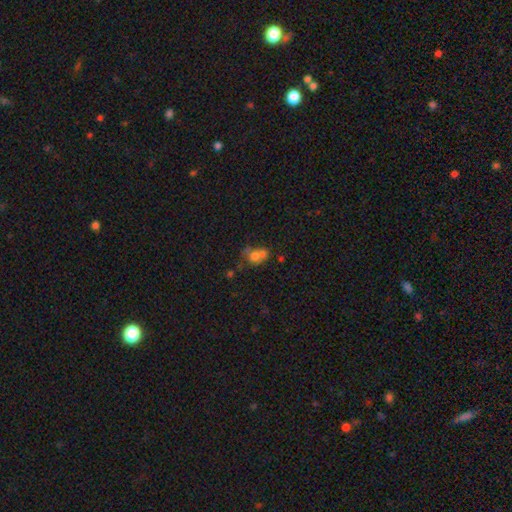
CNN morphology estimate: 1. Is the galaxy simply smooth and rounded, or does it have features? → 66% smooth, 19% featured or disk, 15% star or artifact.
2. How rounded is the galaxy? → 66% round, 33% in between, 1% cigar-shaped.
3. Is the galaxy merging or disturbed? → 51% merger, 31% none, 11% minor disturbance, 7% major disturbance.